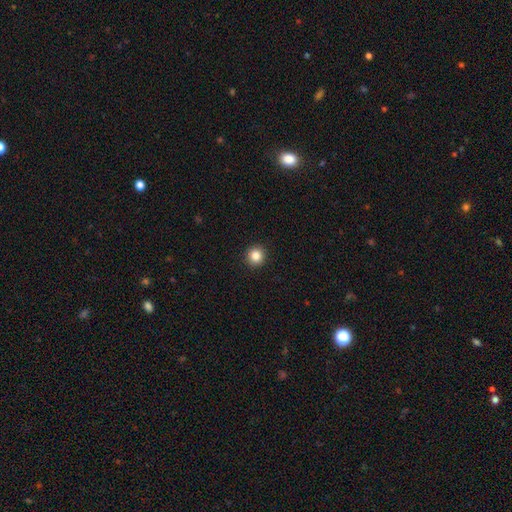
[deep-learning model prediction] smooth-or-featured: smooth: 85% | star or artifact: 11% | featured or disk: 4%
  how-rounded: round: 94% | in between: 5% | cigar-shaped: 1%
  merging: none: 93% | minor disturbance: 5% | major disturbance: 2% | merger: 1%